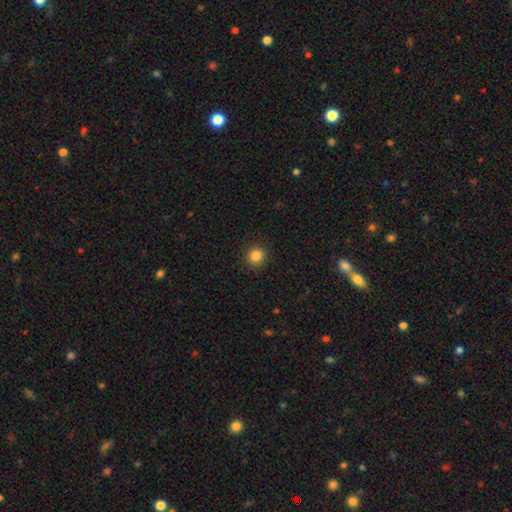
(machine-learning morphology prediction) type=smooth (85%); roundness=round (91%); merging=none (91%).